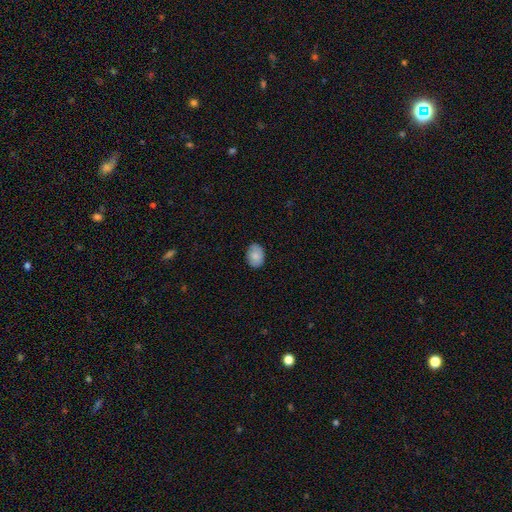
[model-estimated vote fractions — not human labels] Morphology: type=smooth (83%); roundness=in between (75%); merging=none (81%).